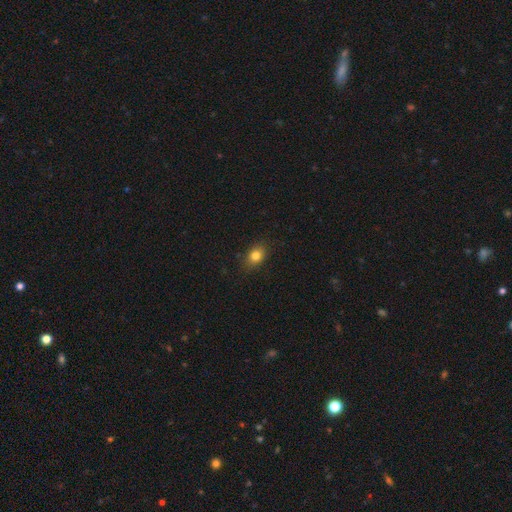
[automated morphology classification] smooth-or-featured: smooth: 82% | star or artifact: 11% | featured or disk: 8%
  how-rounded: in between: 64% | round: 35% | cigar-shaped: 2%
  merging: none: 84% | minor disturbance: 12% | major disturbance: 3% | merger: 1%